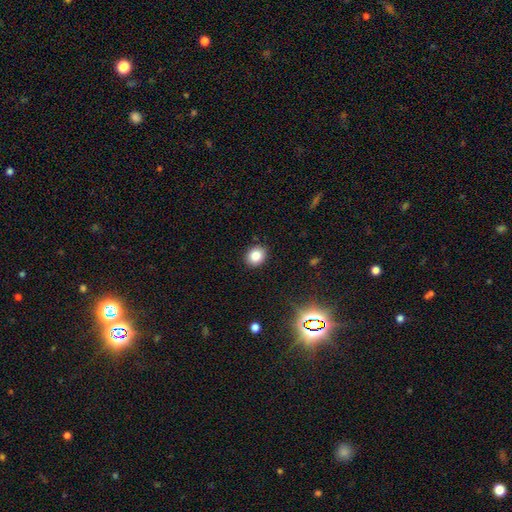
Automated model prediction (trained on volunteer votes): The model was most divided on "how rounded": round: 58%, in between: 41%, cigar-shaped: 1%. More confident: merging — none (90%); smooth or featured — smooth (82%).